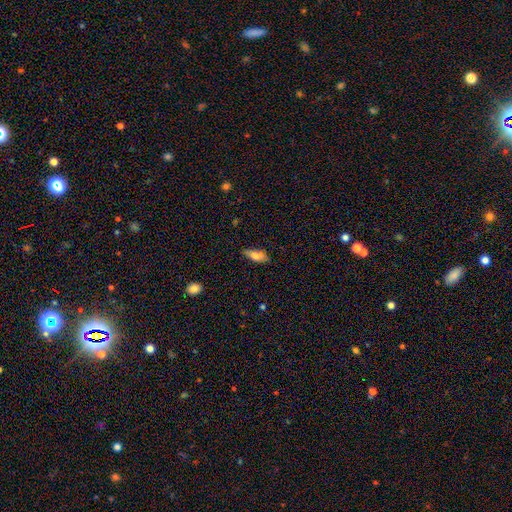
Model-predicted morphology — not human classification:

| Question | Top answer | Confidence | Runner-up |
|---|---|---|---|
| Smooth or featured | smooth | 72% | featured or disk (21%) |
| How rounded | in between | 75% | cigar-shaped (22%) |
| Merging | none | 74% | minor disturbance (21%) |